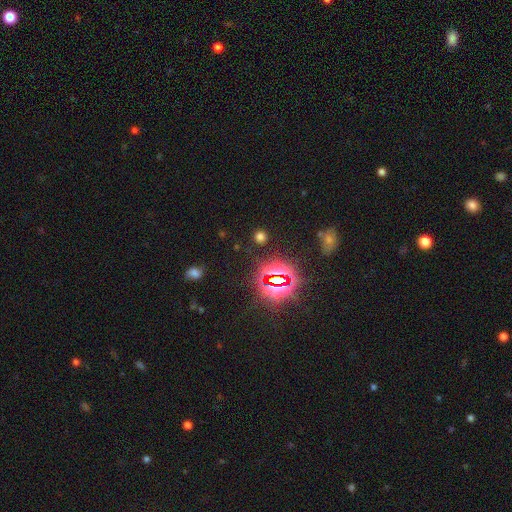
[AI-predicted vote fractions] Smooth or featured? star or artifact (82%)